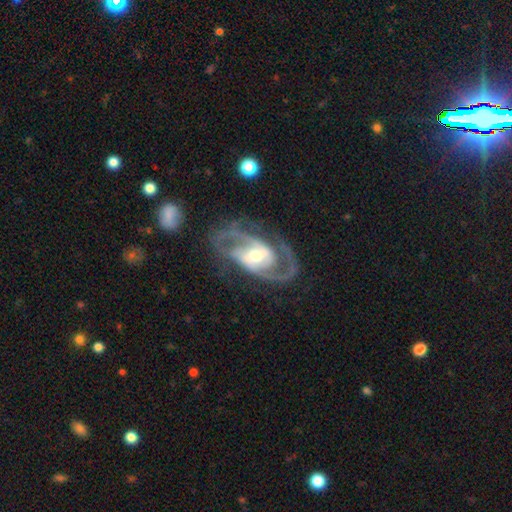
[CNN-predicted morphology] The model was most divided on "bar": weak: 40%, strong: 30%, no: 30%. More confident: edge-on disk — no (96%); spiral arms — yes (96%); smooth or featured — featured or disk (90%); spiral arm count — 2 (82%); merging — none (70%); bulge size — moderate (62%); spiral winding — medium (56%).